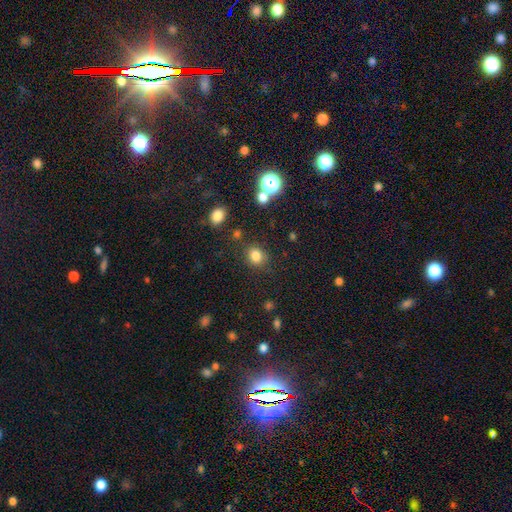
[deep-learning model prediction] smooth_or_featured: smooth (p=0.80) [alt: star or artifact p=0.14]
how_rounded: round (p=0.69) [alt: in between p=0.30]
merging: none (p=0.82) [alt: minor disturbance p=0.10]